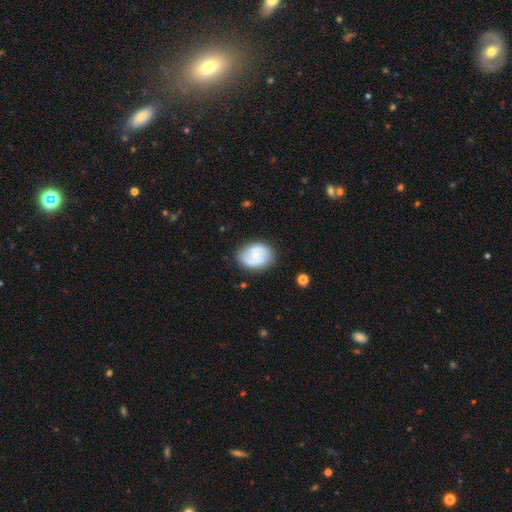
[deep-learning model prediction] Morphology: type=featured or disk (56%); edge-on=no (97%); bar=no (52%); spiral arms=yes (85%); bulge=small (58%); merging=none (75%).